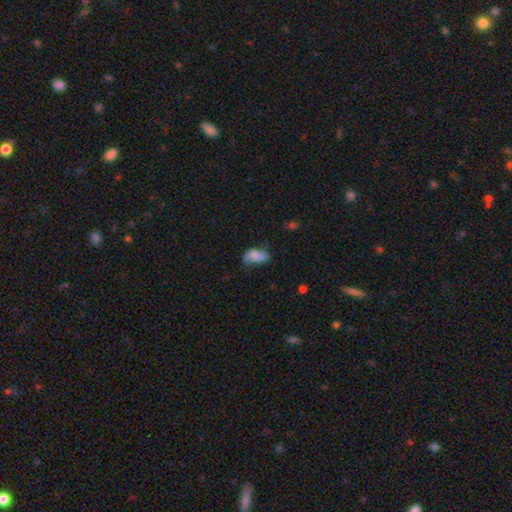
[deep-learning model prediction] Morphology: type=smooth (59%); roundness=in between (90%); merging=none (42%).